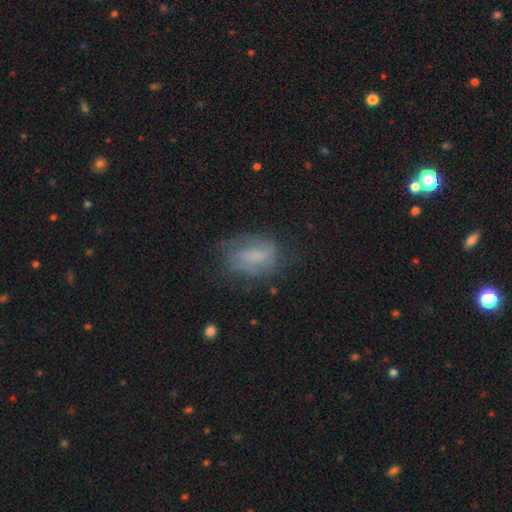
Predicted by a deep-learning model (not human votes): Smooth or featured? Predicted: featured or disk (p=0.46). Merging? Predicted: none (p=0.60).